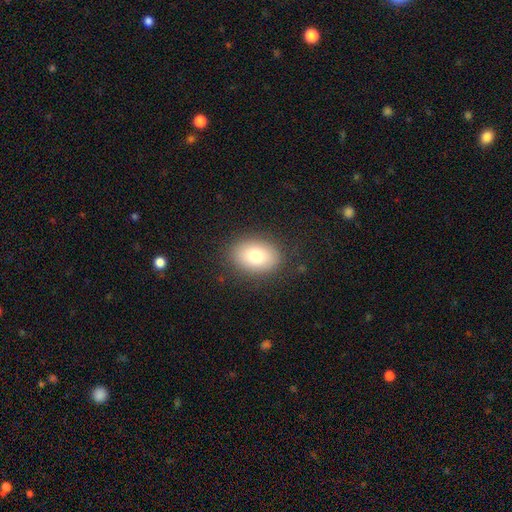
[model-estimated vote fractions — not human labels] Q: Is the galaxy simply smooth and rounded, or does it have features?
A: smooth — 79%.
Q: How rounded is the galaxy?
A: in between — 72%.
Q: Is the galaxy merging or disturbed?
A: none — 86%.